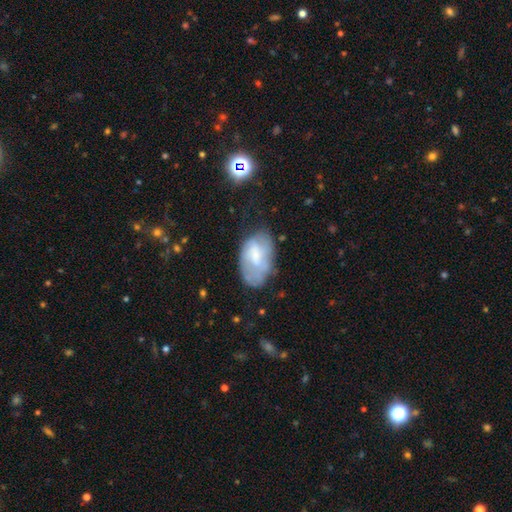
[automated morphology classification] A smooth galaxy with no disk features (51%) that is in between round and cigar-shaped (92%).

Vote fractions:
- Smooth or featured? smooth: 51% / featured or disk: 41% / star or artifact: 8%
- How rounded? in between: 92% / round: 7% / cigar-shaped: 2%
- Merging? none: 52% / minor disturbance: 30% / major disturbance: 15% / merger: 4%